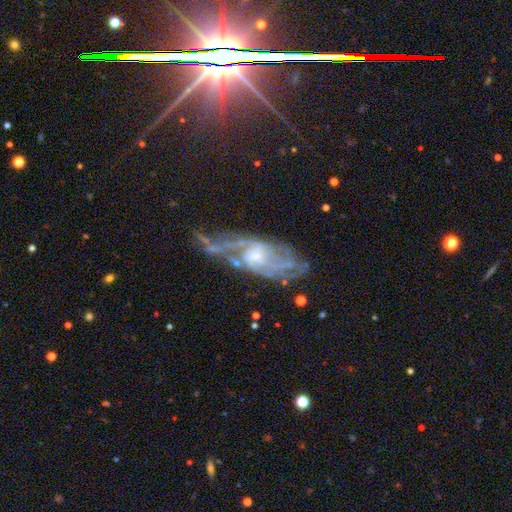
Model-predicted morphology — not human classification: smooth_or_featured: featured or disk (p=0.83) [alt: smooth p=0.08]
disk_edge_on: no (p=0.89) [alt: yes p=0.11]
bar: no (p=0.54) [alt: weak p=0.38]
has_spiral_arms: yes (p=0.93) [alt: no p=0.07]
spiral_winding: medium (p=0.44) [alt: tight p=0.36]
spiral_arm_count: can't tell (p=0.33) [alt: 2 p=0.32]
bulge_size: moderate (p=0.42) [tied with: small p=0.42]
merging: none (p=0.53) [alt: minor disturbance p=0.23]